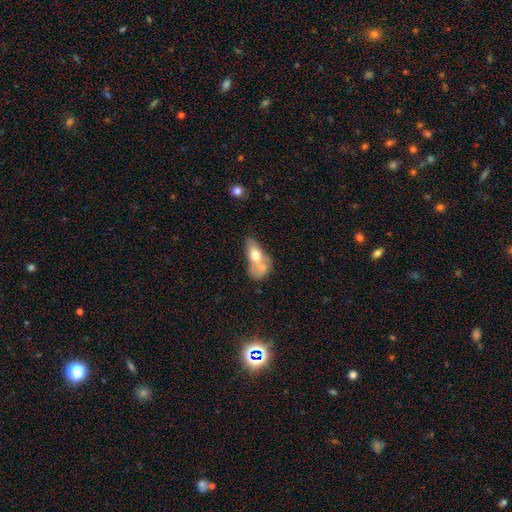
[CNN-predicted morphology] Smooth or featured: smooth — 61% (featured or disk — 32%)
How rounded: in between — 82% (round — 11%)
Merging: merger — 67% (none — 16%)